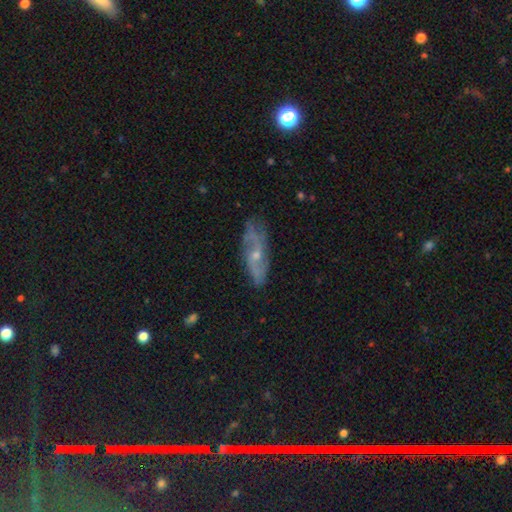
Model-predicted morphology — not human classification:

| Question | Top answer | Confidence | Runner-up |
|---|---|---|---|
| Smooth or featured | featured or disk | 72% | smooth (20%) |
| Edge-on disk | no | 81% | yes (19%) |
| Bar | no | 66% | weak (28%) |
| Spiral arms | yes | 86% | no (14%) |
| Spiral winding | medium | 41% | loose (37%) |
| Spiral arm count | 2 | 61% | can't tell (24%) |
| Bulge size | small | 57% | moderate (38%) |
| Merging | none | 74% | minor disturbance (19%) |